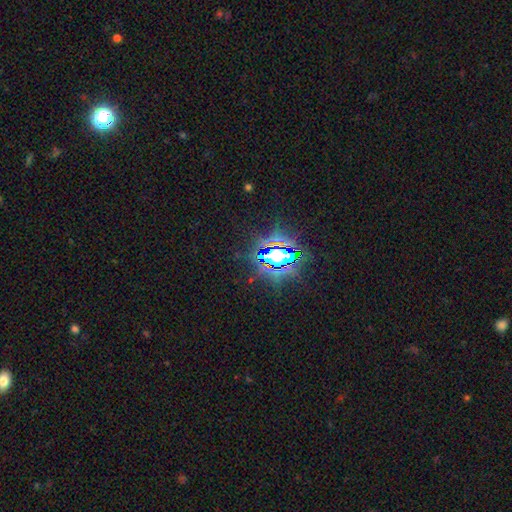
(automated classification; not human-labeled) Q: Smooth or featured?
A: star or artifact (78%); runner-up: smooth (12%)